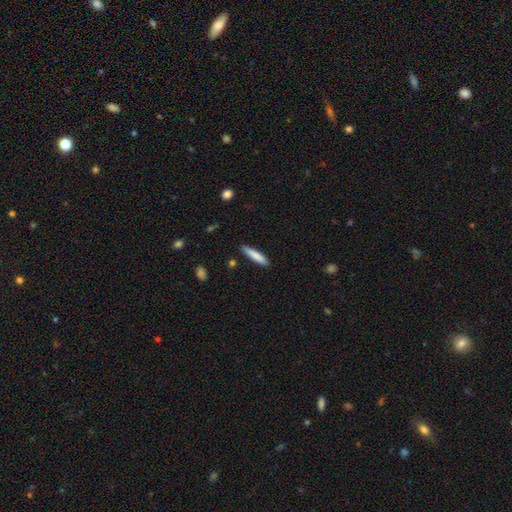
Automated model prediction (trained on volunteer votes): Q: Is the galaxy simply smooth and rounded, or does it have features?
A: smooth — 82%.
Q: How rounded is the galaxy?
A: cigar-shaped — 86%.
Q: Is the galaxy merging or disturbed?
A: none — 88%.